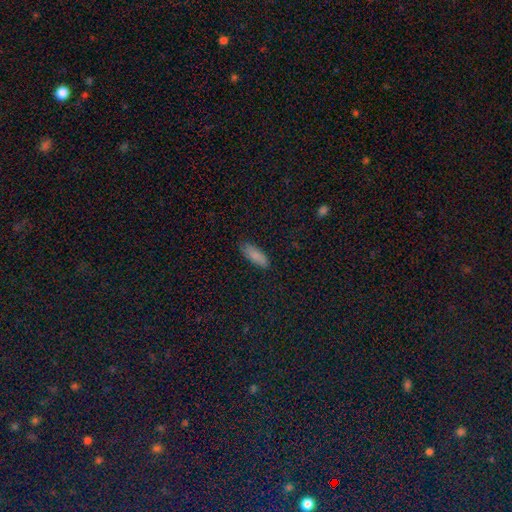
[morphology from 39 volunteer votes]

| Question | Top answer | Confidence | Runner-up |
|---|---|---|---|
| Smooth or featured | smooth | 90% | featured or disk (8%) |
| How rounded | in between | 66% | cigar-shaped (34%) |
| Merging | none | 79% | minor disturbance (18%) |